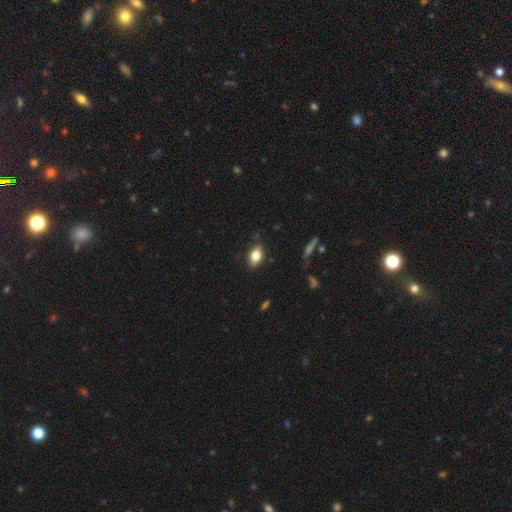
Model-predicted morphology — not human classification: Smooth or featured? Predicted: smooth (p=0.77). How rounded? Predicted: in between (p=0.85). Merging? Predicted: none (p=0.82).